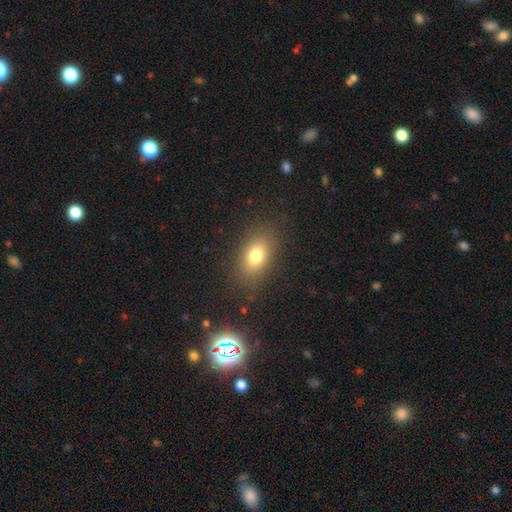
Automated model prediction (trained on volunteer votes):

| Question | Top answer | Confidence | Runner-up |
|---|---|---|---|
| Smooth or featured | smooth | 76% | featured or disk (12%) |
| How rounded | in between | 81% | round (16%) |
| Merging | none | 84% | minor disturbance (10%) |